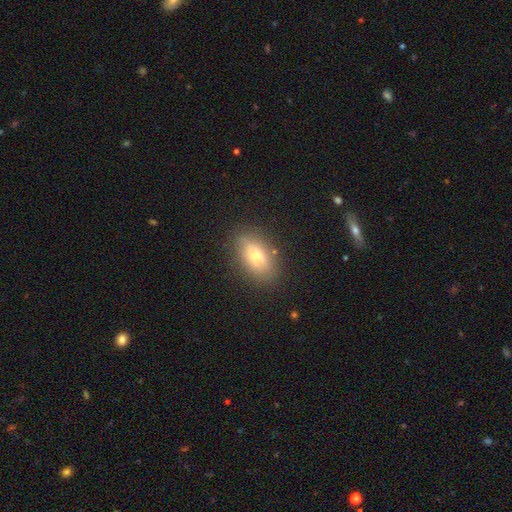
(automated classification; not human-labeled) A smooth galaxy with no disk features (68%) that is in between round and cigar-shaped (85%).

Vote fractions:
- Smooth or featured? smooth: 68% / featured or disk: 22% / star or artifact: 9%
- How rounded? in between: 85% / cigar-shaped: 9% / round: 6%
- Merging? none: 80% / minor disturbance: 14% / major disturbance: 3% / merger: 2%